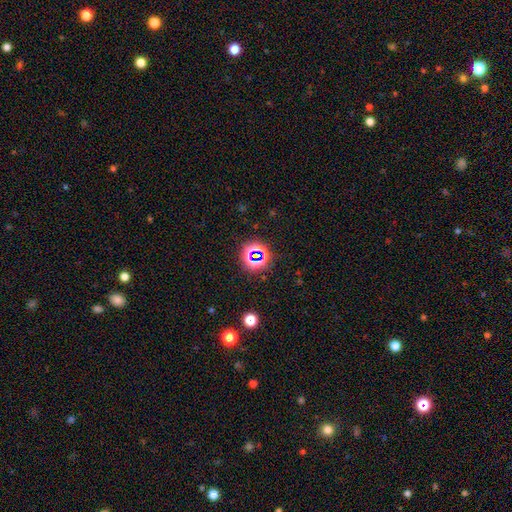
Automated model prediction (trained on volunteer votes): star or artifact 69%, smooth 22%, featured or disk 9%.